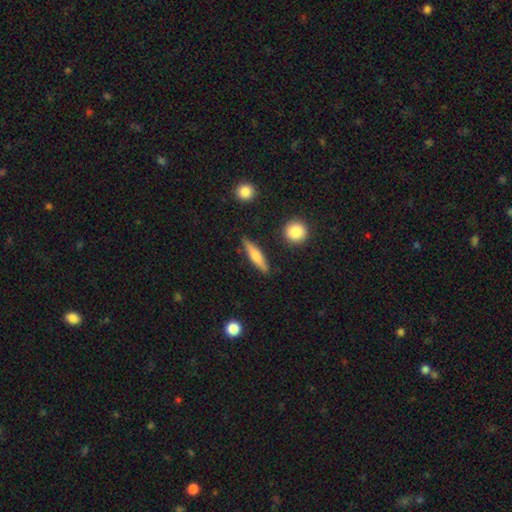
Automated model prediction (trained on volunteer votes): A smooth galaxy with no disk features (53%) that is cigar-shaped (78%). Merging: none (87%).